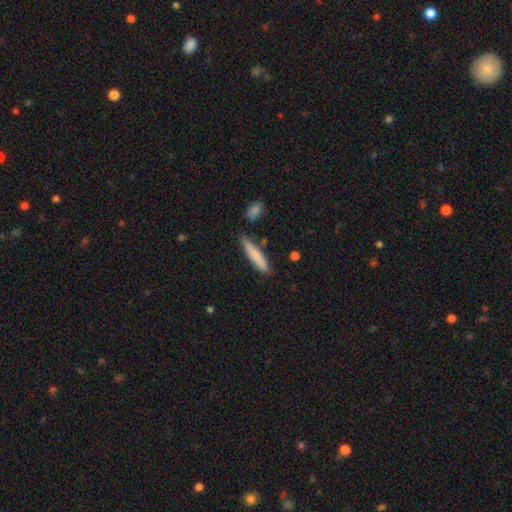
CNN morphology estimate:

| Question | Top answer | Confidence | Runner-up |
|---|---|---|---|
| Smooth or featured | smooth | 79% | featured or disk (15%) |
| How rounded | cigar-shaped | 87% | in between (11%) |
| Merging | none | 80% | minor disturbance (14%) |